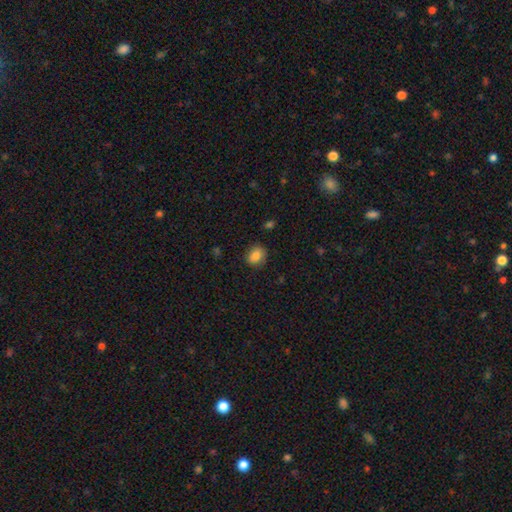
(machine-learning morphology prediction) Smooth or featured? Predicted: smooth (p=0.83). How rounded? Predicted: round (p=0.55). Merging? Predicted: none (p=0.84).